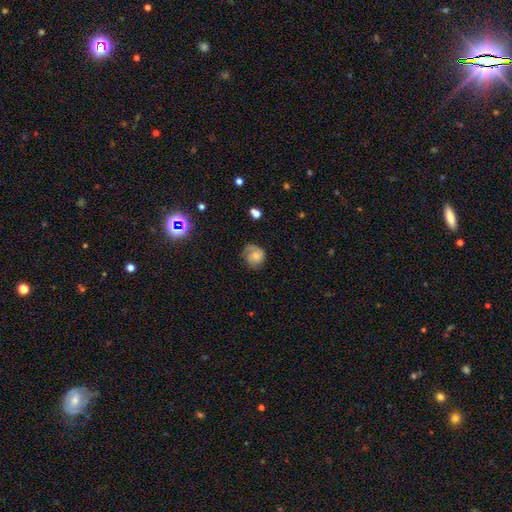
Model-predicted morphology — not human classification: Smooth or featured? Predicted: smooth (p=0.48). Merging? Predicted: none (p=0.58).